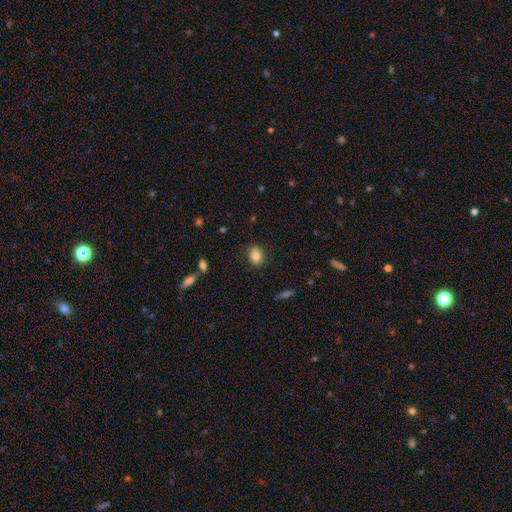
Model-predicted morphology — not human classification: Smooth or featured: smooth — 82% (star or artifact — 10%)
How rounded: round — 56% (in between — 43%)
Merging: none — 86% (minor disturbance — 10%)